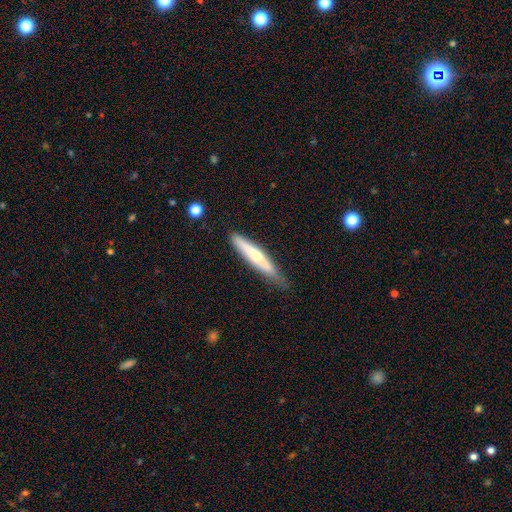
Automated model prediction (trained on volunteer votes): The model was most divided on "smooth or featured": featured or disk: 49%, smooth: 45%, star or artifact: 6%. More confident: merging — none (79%).